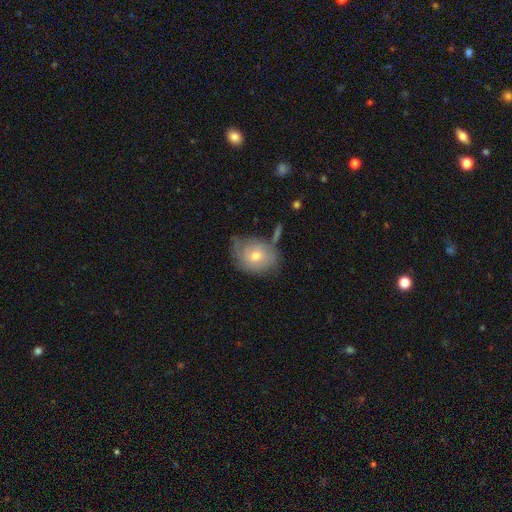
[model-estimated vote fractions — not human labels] smooth-or-featured: smooth: 61% | featured or disk: 30% | star or artifact: 9%
  how-rounded: round: 50% | in between: 49% | cigar-shaped: 1%
  merging: none: 54% | minor disturbance: 29% | major disturbance: 10% | merger: 8%